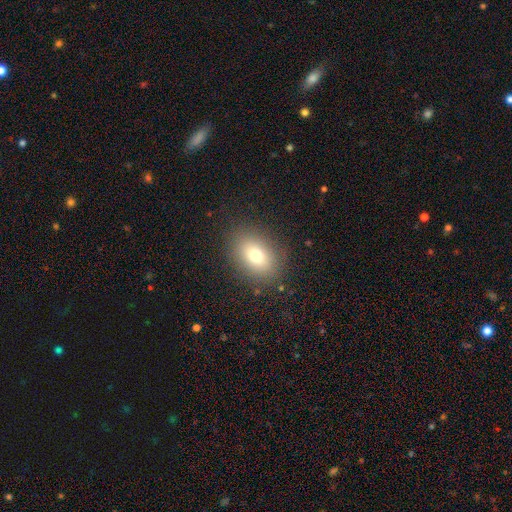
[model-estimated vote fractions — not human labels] This appears to be a smooth galaxy with no disk features (73%) that is in between round and cigar-shaped (66%). Merging: none (85%).